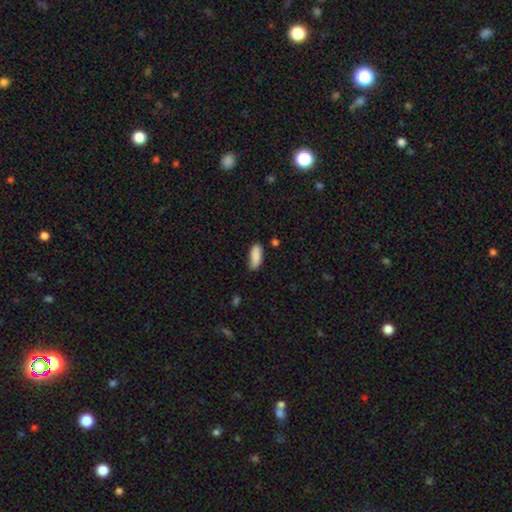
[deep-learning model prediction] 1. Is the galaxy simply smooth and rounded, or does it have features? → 89% smooth, 7% star or artifact, 5% featured or disk.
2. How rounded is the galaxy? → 77% in between, 21% cigar-shaped, 2% round.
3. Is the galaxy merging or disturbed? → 71% none, 22% minor disturbance, 4% major disturbance, 2% merger.